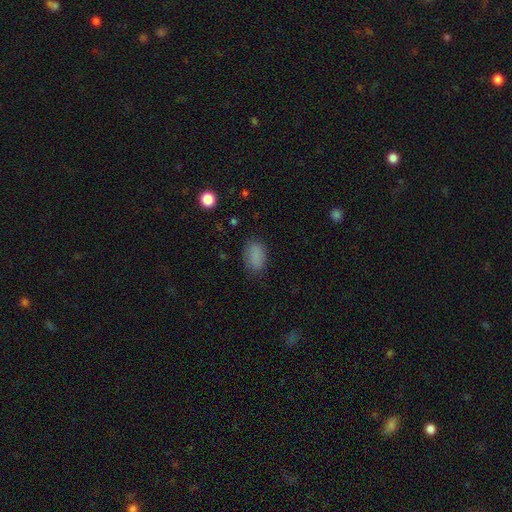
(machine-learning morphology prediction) type=smooth (85%); roundness=in between (88%); merging=none (80%).